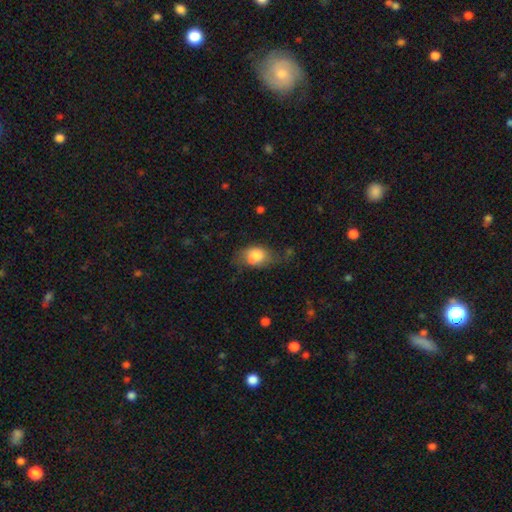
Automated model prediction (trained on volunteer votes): Smooth or featured? smooth (73%)
How rounded? in between (80%)
Merging? none (45%)